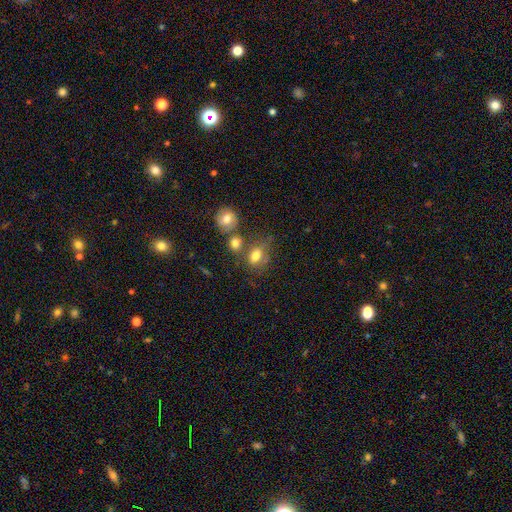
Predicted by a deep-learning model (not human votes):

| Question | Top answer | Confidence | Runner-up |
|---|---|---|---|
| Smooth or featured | smooth | 74% | featured or disk (14%) |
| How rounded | in between | 70% | round (28%) |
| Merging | none | 48% | merger (22%) |